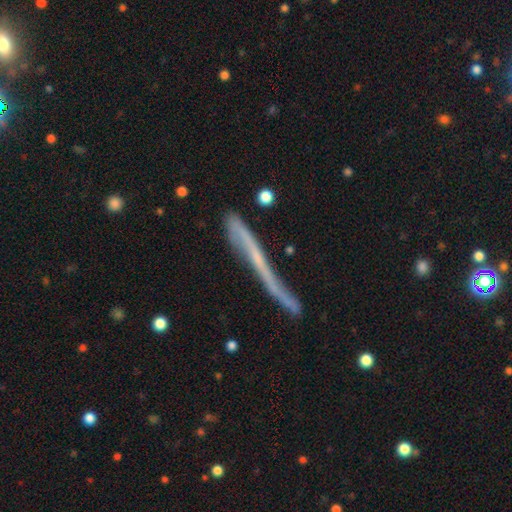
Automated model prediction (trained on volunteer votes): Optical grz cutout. It shows a featured or disk galaxy (59%) viewed edge-on (85%). Merging: none (56%).